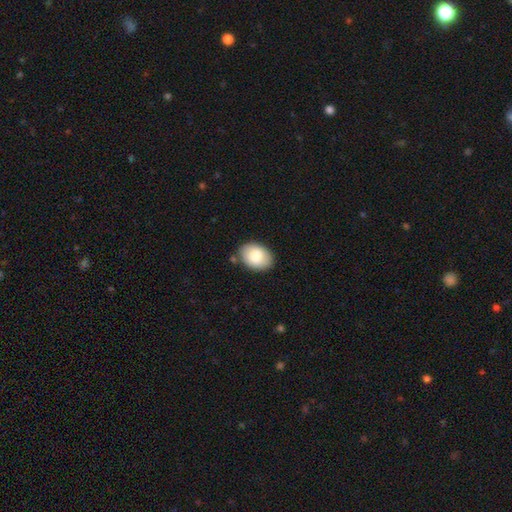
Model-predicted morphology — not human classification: This appears to be a smooth galaxy with no disk features (79%) that is in between round and cigar-shaped (79%). Merging: none (84%).